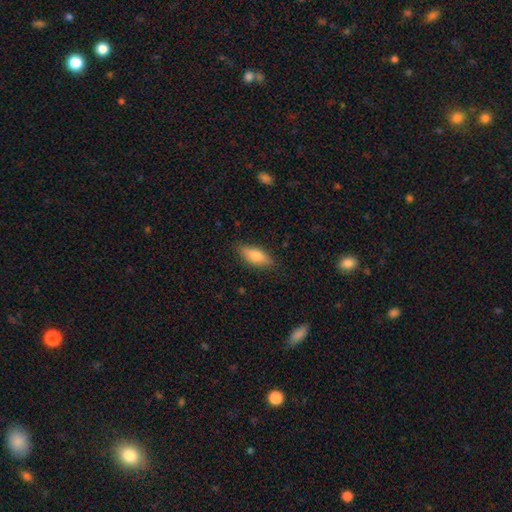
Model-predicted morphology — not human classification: Q: Smooth or featured?
A: smooth (73%); runner-up: featured or disk (20%)
Q: How rounded?
A: in between (71%); runner-up: cigar-shaped (27%)
Q: Merging?
A: none (85%); runner-up: minor disturbance (12%)